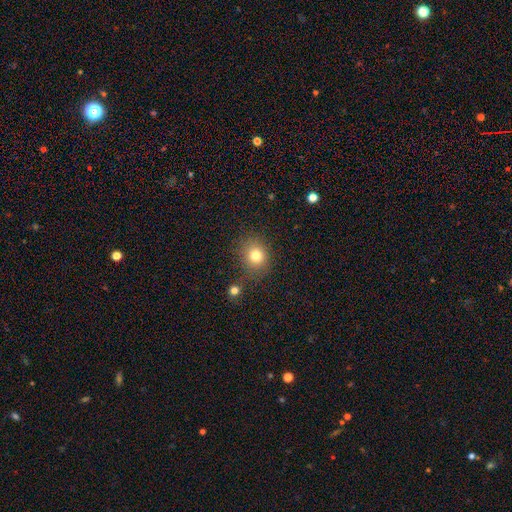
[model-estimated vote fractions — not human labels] smooth_or_featured: smooth (p=0.79) [alt: star or artifact p=0.13]
how_rounded: round (p=0.77) [alt: in between p=0.22]
merging: none (p=0.76) [alt: minor disturbance p=0.13]